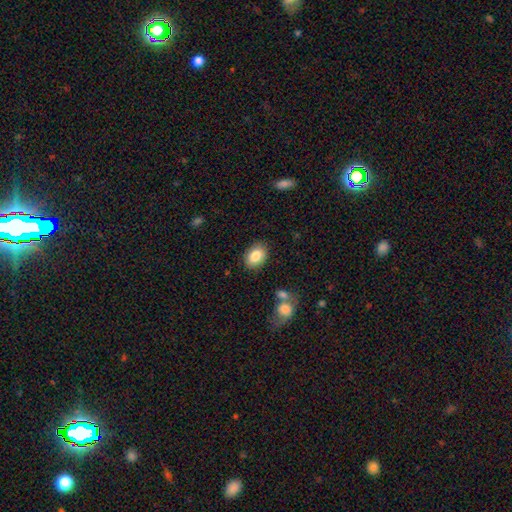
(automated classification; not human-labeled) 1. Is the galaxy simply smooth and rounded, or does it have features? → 85% smooth, 8% featured or disk, 8% star or artifact.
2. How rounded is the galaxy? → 79% in between, 20% round, 1% cigar-shaped.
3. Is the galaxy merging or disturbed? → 86% none, 9% minor disturbance, 3% major disturbance, 2% merger.